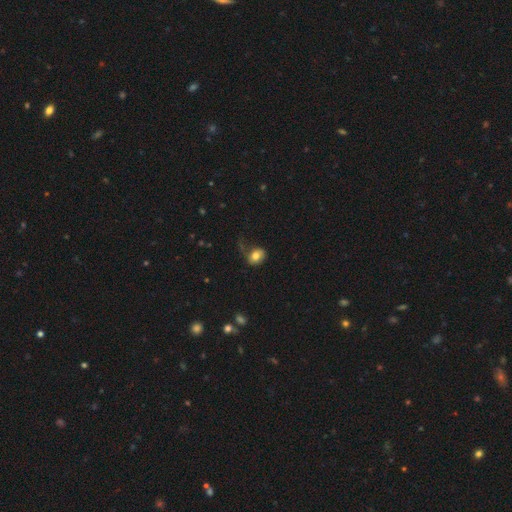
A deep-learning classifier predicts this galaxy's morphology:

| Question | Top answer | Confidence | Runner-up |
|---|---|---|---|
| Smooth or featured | smooth | 74% | featured or disk (17%) |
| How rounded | in between | 61% | round (38%) |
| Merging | none | 38% | major disturbance (32%) |